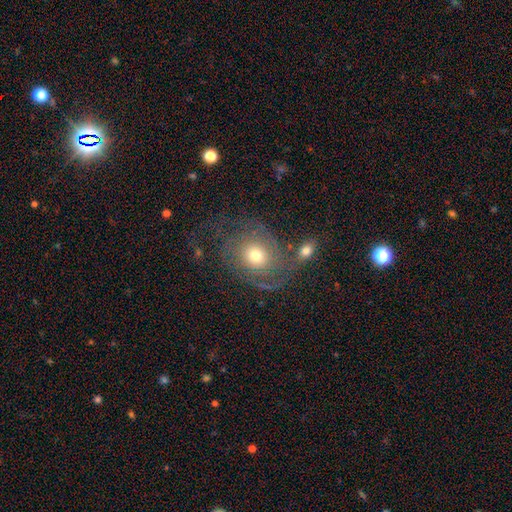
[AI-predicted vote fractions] Smooth or featured? featured or disk (51%)
Edge-on disk? no (96%)
Merging? none (49%)